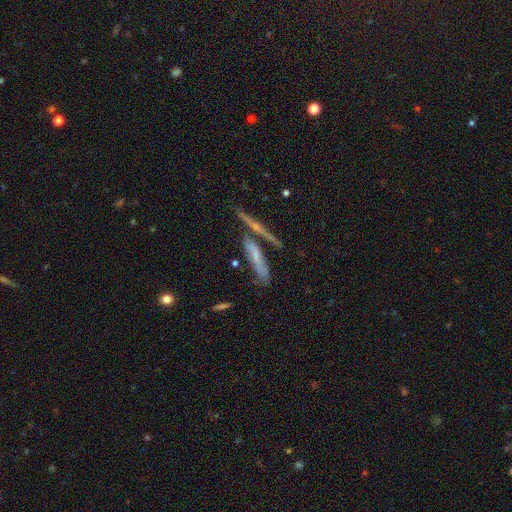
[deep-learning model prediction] Morphology: type=featured or disk (56%); edge-on=yes (75%); merging=none (48%).